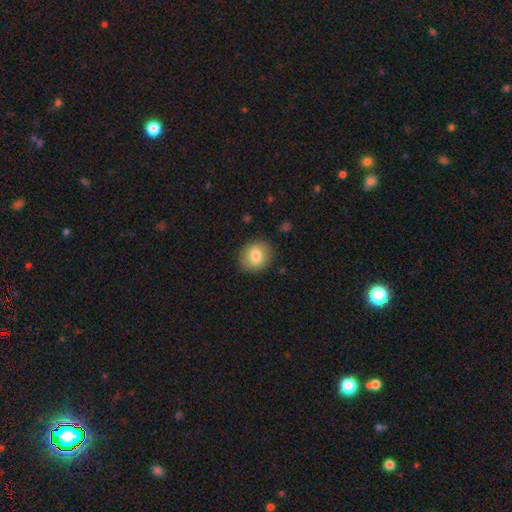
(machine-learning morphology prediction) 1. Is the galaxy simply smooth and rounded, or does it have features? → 81% smooth, 11% featured or disk, 8% star or artifact.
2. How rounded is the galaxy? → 72% round, 27% in between, 1% cigar-shaped.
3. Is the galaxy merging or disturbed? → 88% none, 9% minor disturbance, 2% major disturbance, 1% merger.